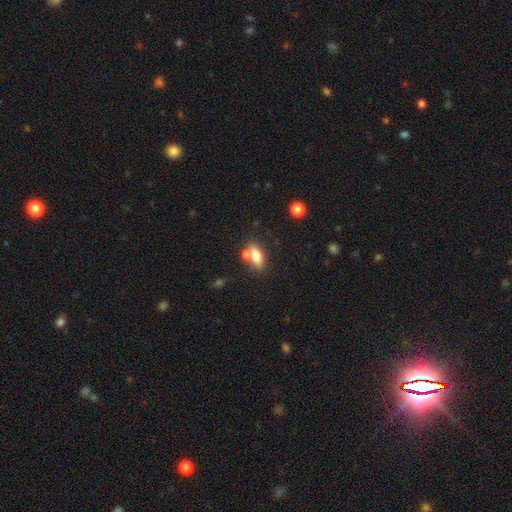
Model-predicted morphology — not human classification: The model was most divided on "merging": none: 56%, merger: 27%, minor disturbance: 13%, major disturbance: 4%. More confident: how rounded — in between (75%); smooth or featured — smooth (72%).